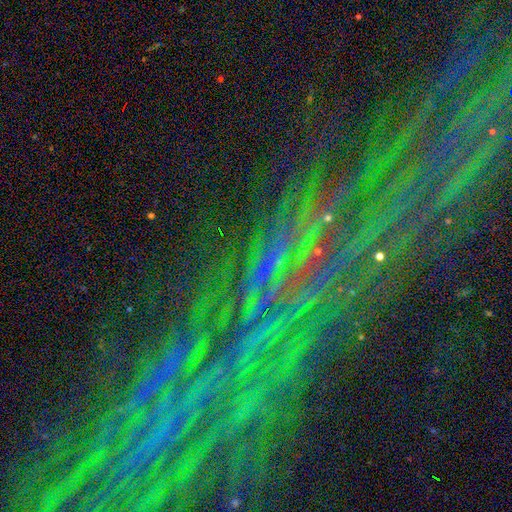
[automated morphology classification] The model was most divided on "smooth or featured": star or artifact: 78%, featured or disk: 13%, smooth: 9%.